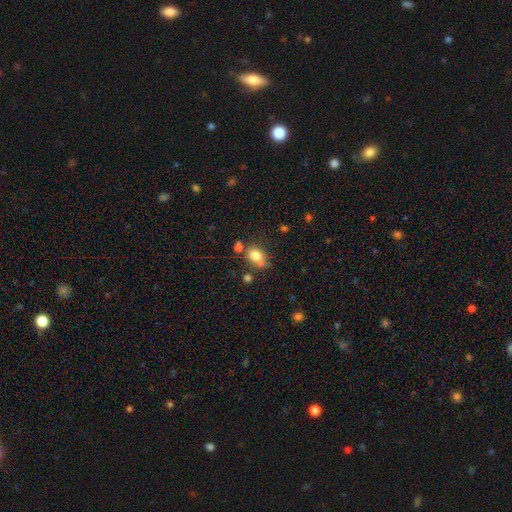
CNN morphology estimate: Smooth or featured? smooth (78%)
How rounded? in between (67%)
Merging? none (53%)